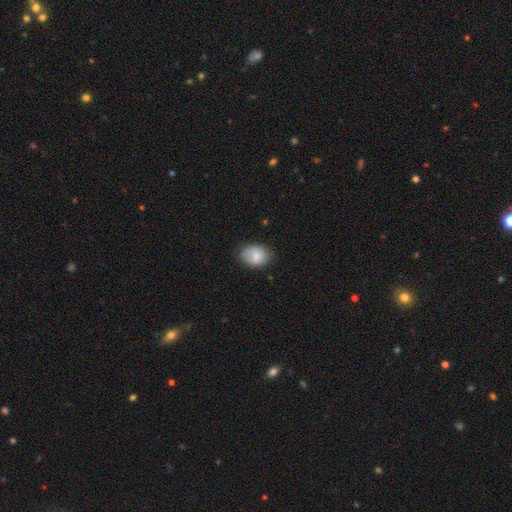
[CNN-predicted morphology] Q: Smooth or featured?
A: smooth (82%); runner-up: featured or disk (10%)
Q: How rounded?
A: in between (61%); runner-up: round (38%)
Q: Merging?
A: none (76%); runner-up: minor disturbance (19%)